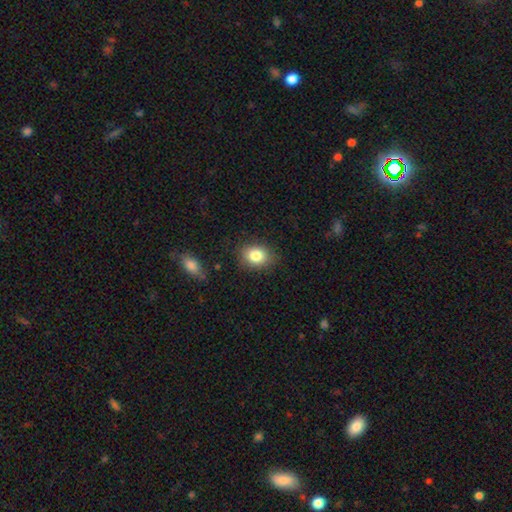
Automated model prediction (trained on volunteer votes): Smooth or featured? Predicted: smooth (p=0.83). How rounded? Predicted: in between (p=0.56). Merging? Predicted: none (p=0.82).